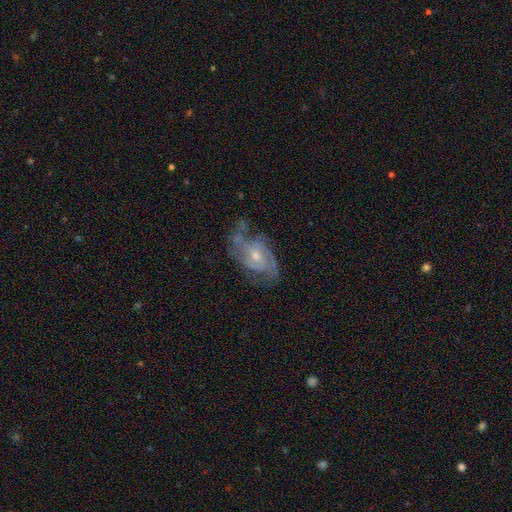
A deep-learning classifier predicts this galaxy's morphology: smooth_or_featured: featured or disk (p=0.82) [alt: smooth p=0.10]
disk_edge_on: no (p=0.96) [alt: yes p=0.04]
bar: no (p=0.60) [alt: weak p=0.33]
has_spiral_arms: yes (p=0.91) [alt: no p=0.09]
spiral_winding: medium (p=0.45) [alt: tight p=0.39]
spiral_arm_count: 2 (p=0.41) [alt: can't tell p=0.24]
bulge_size: moderate (p=0.49) [alt: small p=0.47]
merging: none (p=0.59) [alt: minor disturbance p=0.24]